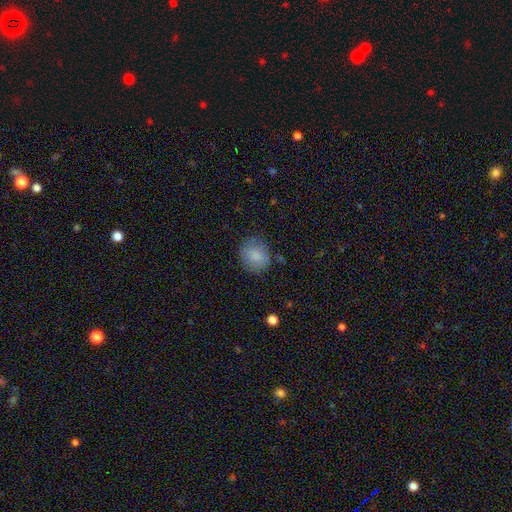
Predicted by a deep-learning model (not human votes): Smooth or featured? smooth (84%)
How rounded? round (69%)
Merging? none (77%)